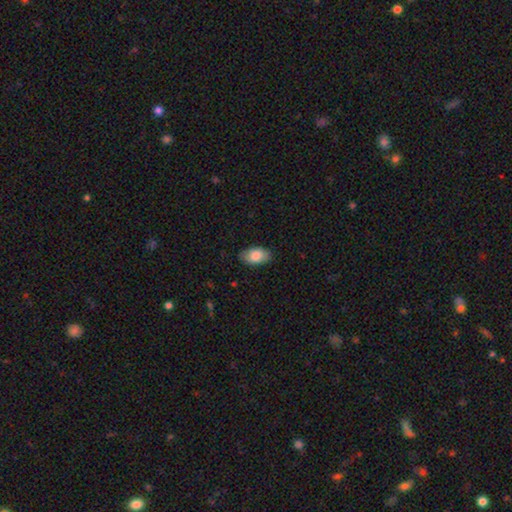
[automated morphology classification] Smooth or featured? Predicted: smooth (p=0.85). How rounded? Predicted: in between (p=0.94). Merging? Predicted: none (p=0.85).